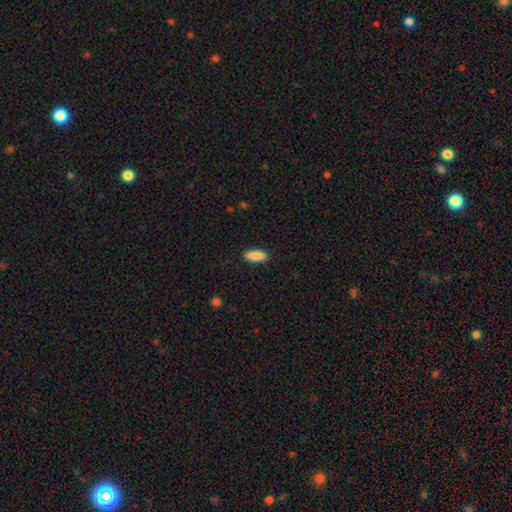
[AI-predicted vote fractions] A smooth galaxy with no disk features (87%) that is in between round and cigar-shaped (66%).

Vote fractions:
- Smooth or featured? smooth: 87% / featured or disk: 6% / star or artifact: 6%
- How rounded? in between: 66% / cigar-shaped: 32% / round: 2%
- Merging? none: 90% / minor disturbance: 7% / major disturbance: 2% / merger: 1%